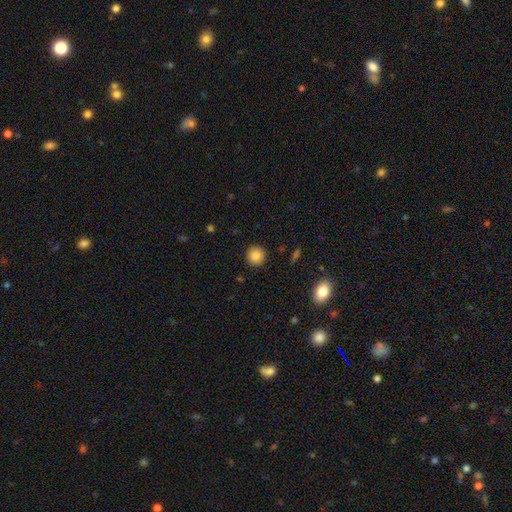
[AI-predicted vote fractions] Morphology: type=smooth (87%); roundness=round (93%); merging=none (91%).